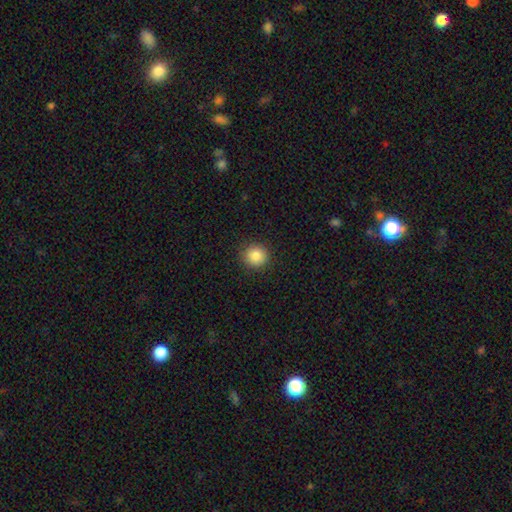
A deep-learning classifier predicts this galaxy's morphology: smooth-or-featured: smooth: 86% | star or artifact: 10% | featured or disk: 4%
  how-rounded: round: 92% | in between: 7% | cigar-shaped: 1%
  merging: none: 91% | minor disturbance: 6% | major disturbance: 2% | merger: 1%